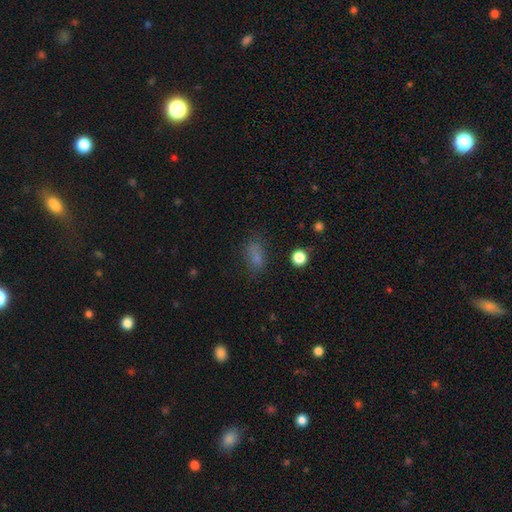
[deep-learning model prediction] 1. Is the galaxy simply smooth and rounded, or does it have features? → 71% smooth, 19% star or artifact, 10% featured or disk.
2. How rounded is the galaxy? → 80% in between, 13% round, 7% cigar-shaped.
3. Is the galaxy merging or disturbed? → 65% none, 20% minor disturbance, 10% major disturbance, 5% merger.